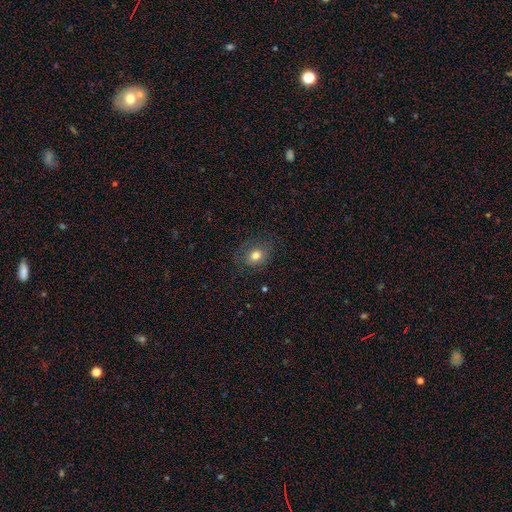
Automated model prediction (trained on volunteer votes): smooth 76%, featured or disk 13%, star or artifact 11%. Down the decision tree: how rounded — in between (50%); merging — none (76%).